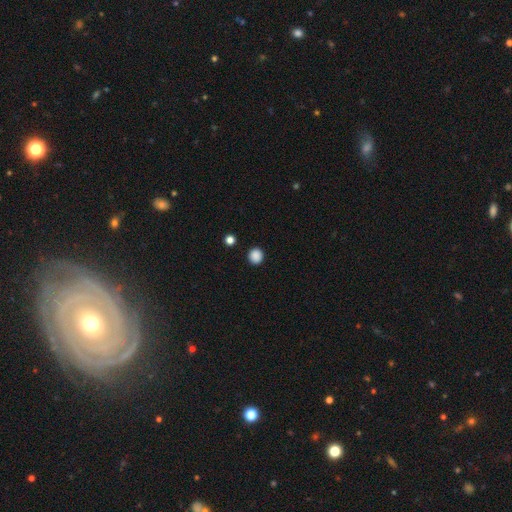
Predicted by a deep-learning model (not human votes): A smooth galaxy with no disk features (88%) that is round (91%). Merging: none (92%).